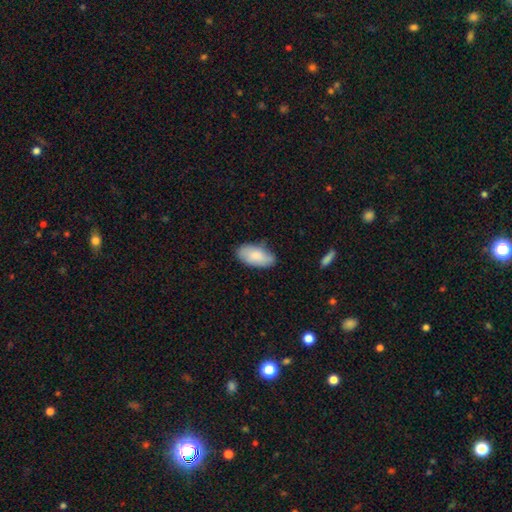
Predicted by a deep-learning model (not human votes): smooth_or_featured: smooth (p=0.79) [alt: featured or disk p=0.15]
how_rounded: in between (p=0.94) [alt: cigar-shaped p=0.03]
merging: none (p=0.71) [alt: minor disturbance p=0.23]